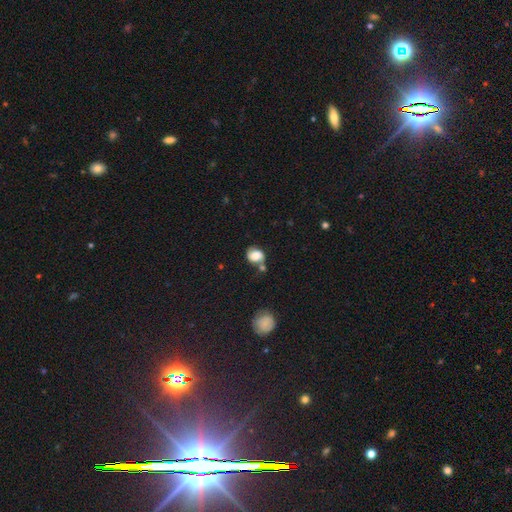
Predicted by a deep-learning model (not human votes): This is likely a smooth galaxy (68%). How rounded: possibly round (52%). Merging: marginally none (44%).